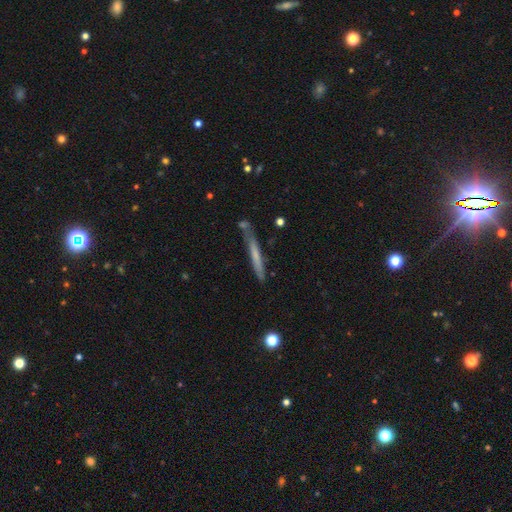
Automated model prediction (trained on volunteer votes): A smooth galaxy with no disk features (51%) that is cigar-shaped (96%).

Vote fractions:
- Smooth or featured? smooth: 51% / featured or disk: 43% / star or artifact: 7%
- How rounded? cigar-shaped: 96% / in between: 3% / round: 1%
- Merging? none: 74% / minor disturbance: 16% / merger: 6% / major disturbance: 4%